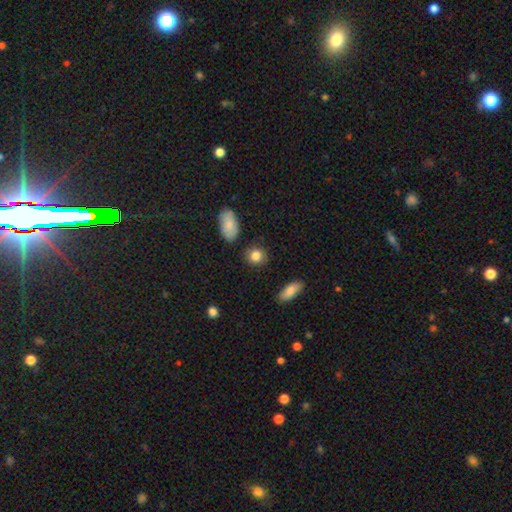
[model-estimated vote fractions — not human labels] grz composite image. It shows a smooth galaxy with no disk features (85%) that is round (77%). Merging: none (86%).